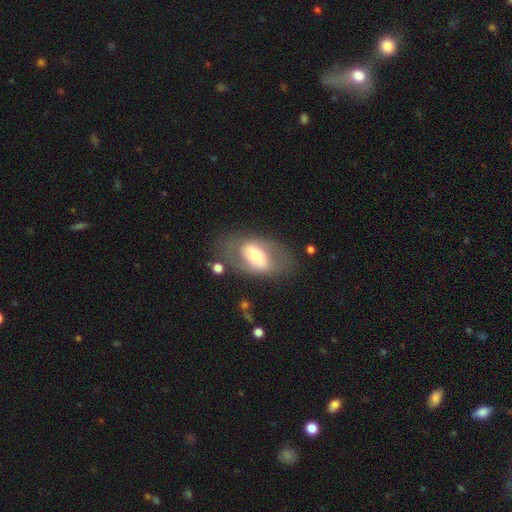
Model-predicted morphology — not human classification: Smooth or featured: featured or disk — 55% (smooth — 38%)
Edge-on disk: no — 91% (yes — 9%)
Bar: strong — 38% (weak — 34%)
Spiral arms: no — 57% (yes — 43%)
Bulge size: moderate — 61% (large — 19%)
Merging: none — 69% (minor disturbance — 17%)